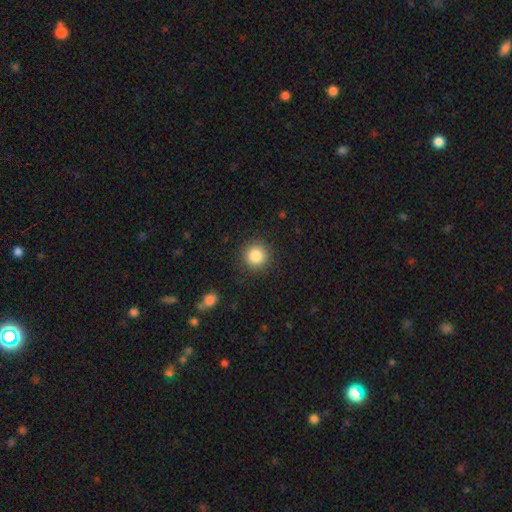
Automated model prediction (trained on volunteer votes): This appears to be a smooth galaxy with no disk features (85%) that is round (94%). Merging: none (90%).